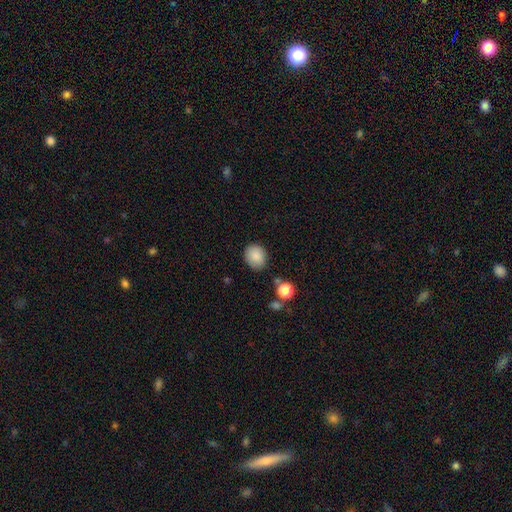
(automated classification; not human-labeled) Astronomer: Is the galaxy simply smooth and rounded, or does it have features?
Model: smooth — 87%.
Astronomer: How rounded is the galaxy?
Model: round — 63%.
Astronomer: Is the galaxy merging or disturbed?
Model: none — 80%.